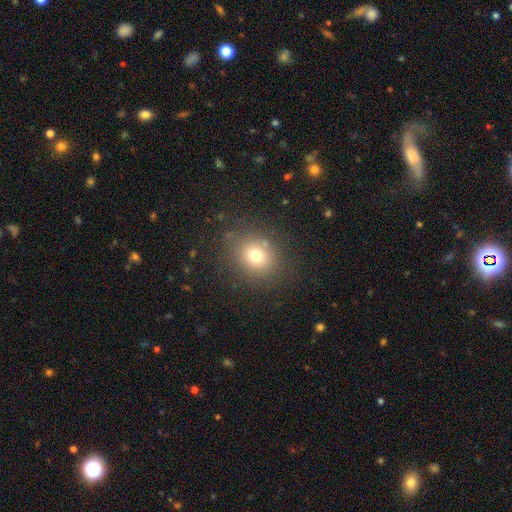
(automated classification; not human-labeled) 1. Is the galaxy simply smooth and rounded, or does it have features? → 73% smooth, 16% star or artifact, 11% featured or disk.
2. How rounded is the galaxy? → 73% round, 26% in between, 1% cigar-shaped.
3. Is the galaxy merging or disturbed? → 82% none, 11% minor disturbance, 5% major disturbance, 2% merger.